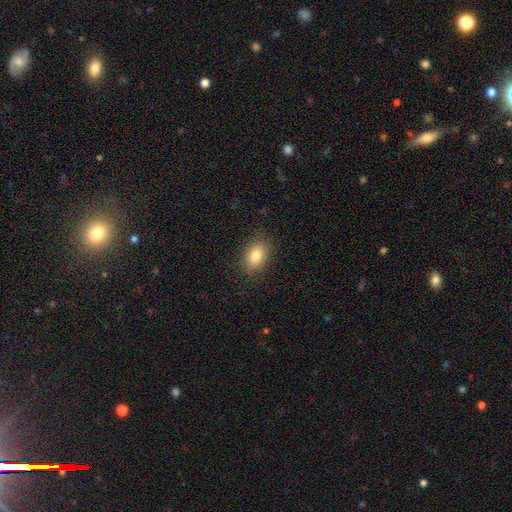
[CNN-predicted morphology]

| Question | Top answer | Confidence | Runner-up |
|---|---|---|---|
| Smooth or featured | smooth | 82% | star or artifact (9%) |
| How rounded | in between | 81% | round (18%) |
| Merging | none | 86% | minor disturbance (10%) |